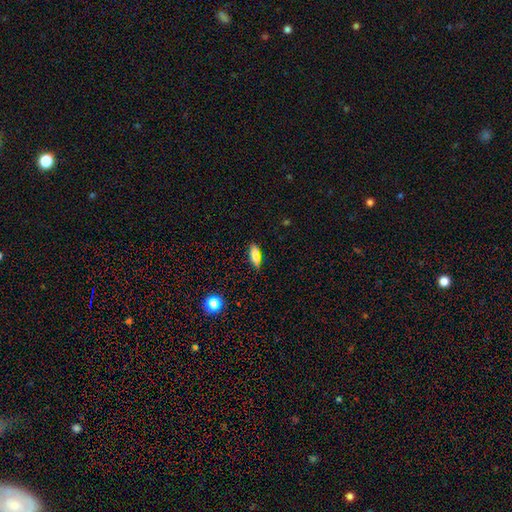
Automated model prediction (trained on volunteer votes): smooth 70%, featured or disk 15%, star or artifact 15%. Down the decision tree: how rounded — in between (61%); merging — none (85%).